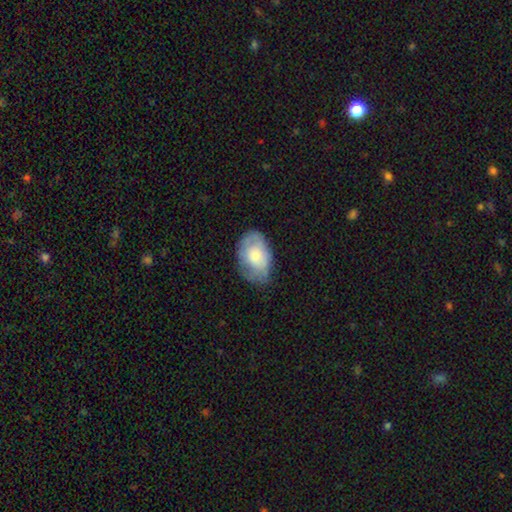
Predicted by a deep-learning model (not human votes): Q: Smooth or featured?
A: smooth (60%); runner-up: featured or disk (33%)
Q: How rounded?
A: in between (84%); runner-up: round (15%)
Q: Merging?
A: none (60%); runner-up: minor disturbance (29%)